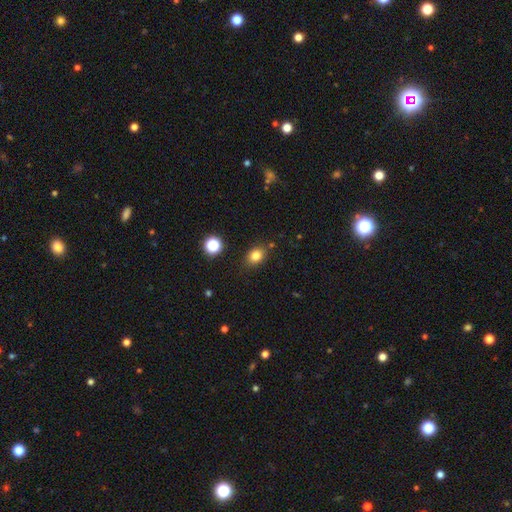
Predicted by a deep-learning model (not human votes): This appears to be a smooth galaxy with no disk features (81%) that is in between round and cigar-shaped (55%). Merging: none (81%).